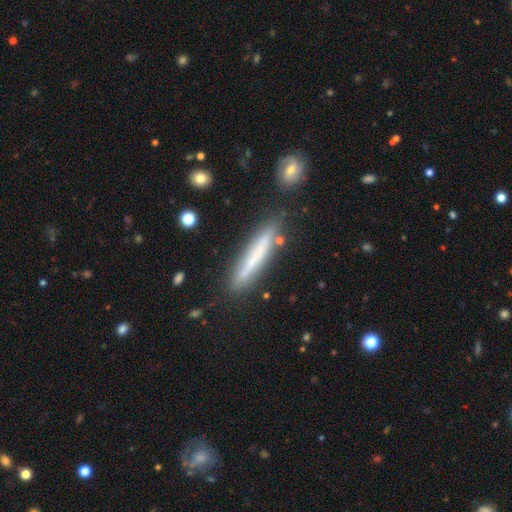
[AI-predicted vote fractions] A smooth galaxy with no disk features (54%) that is cigar-shaped (94%). Merging: none (82%).